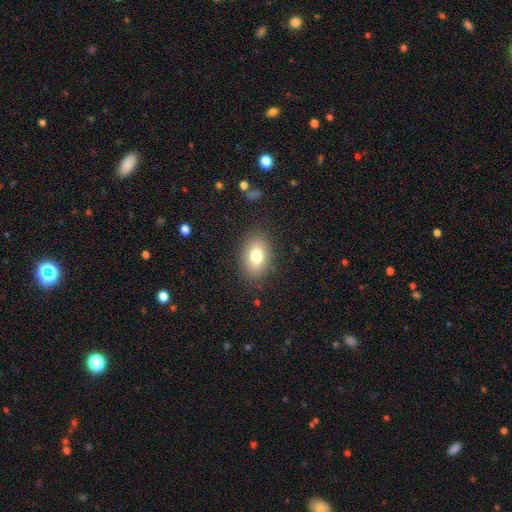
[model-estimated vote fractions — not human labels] Morphology: type=smooth (76%); roundness=in between (78%); merging=none (88%).